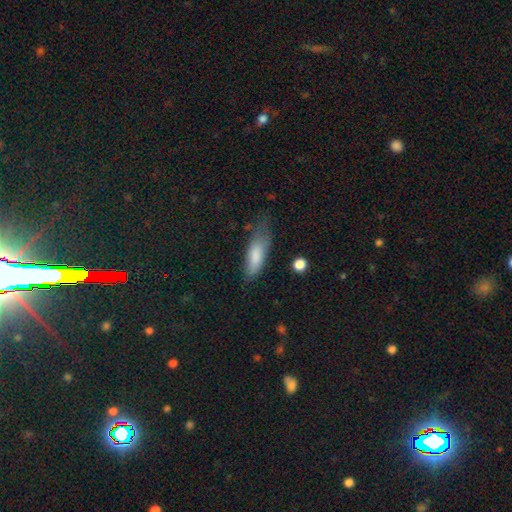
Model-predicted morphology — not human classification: type=smooth (81%); roundness=in between (64%); merging=none (51%).